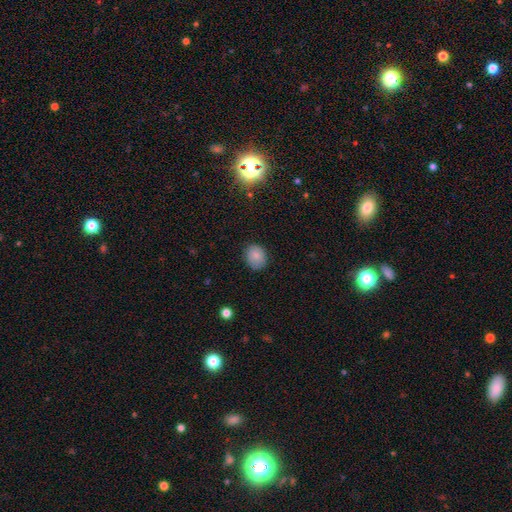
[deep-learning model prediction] This is clearly a smooth galaxy (84%). How rounded: likely round (62%). Merging: clearly none (84%).